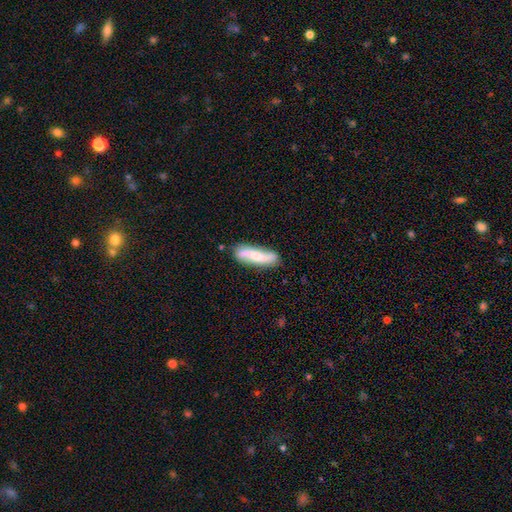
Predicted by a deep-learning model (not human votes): Smooth or featured? featured or disk (55%)
Edge-on disk? no (75%)
Merging? none (80%)